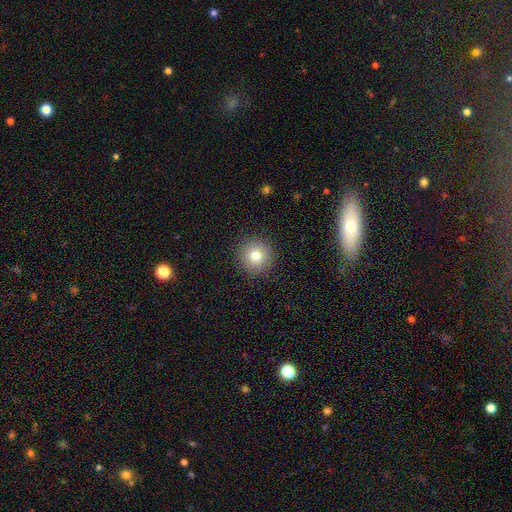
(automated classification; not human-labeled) smooth-or-featured: smooth: 77% | star or artifact: 12% | featured or disk: 10%
  how-rounded: round: 95% | in between: 4% | cigar-shaped: 1%
  merging: none: 91% | minor disturbance: 6% | major disturbance: 2% | merger: 1%